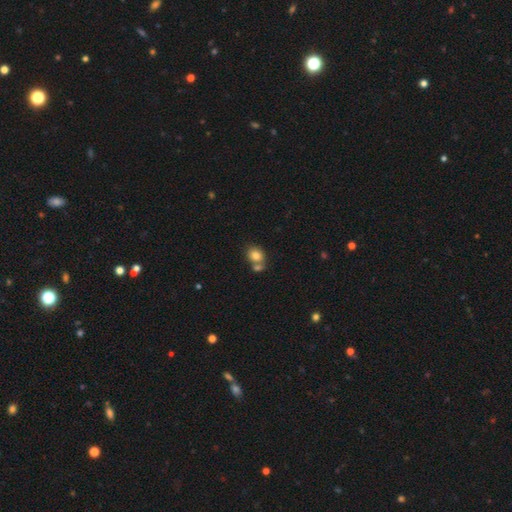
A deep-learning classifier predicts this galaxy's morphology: A smooth galaxy with no disk features (82%) that is round (60%). Merging: none (47%).